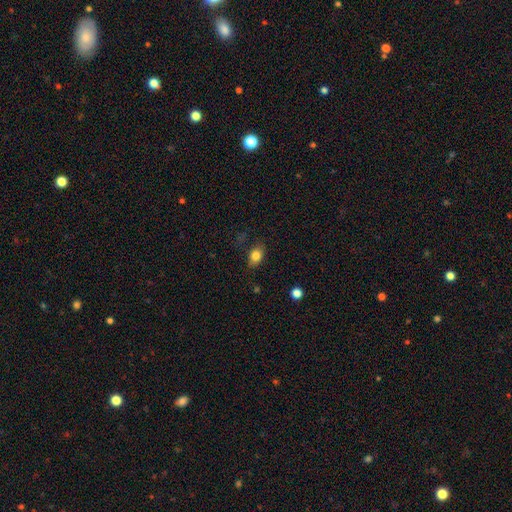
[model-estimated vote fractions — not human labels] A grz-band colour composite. It shows a smooth galaxy with no disk features (82%) that is in between round and cigar-shaped (76%). Merging: none (78%).